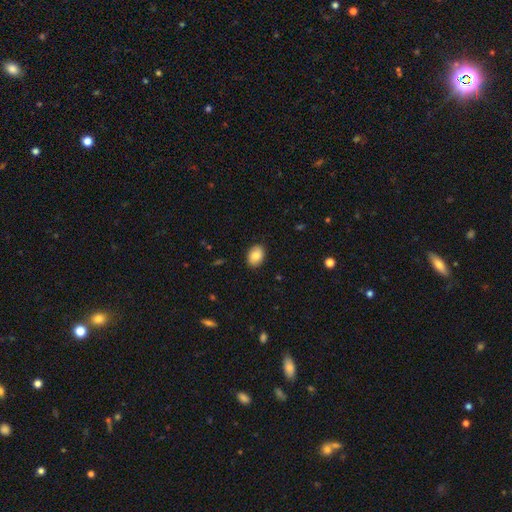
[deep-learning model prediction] This is clearly a smooth galaxy (84%). How rounded: likely in between (77%). Merging: clearly none (89%).